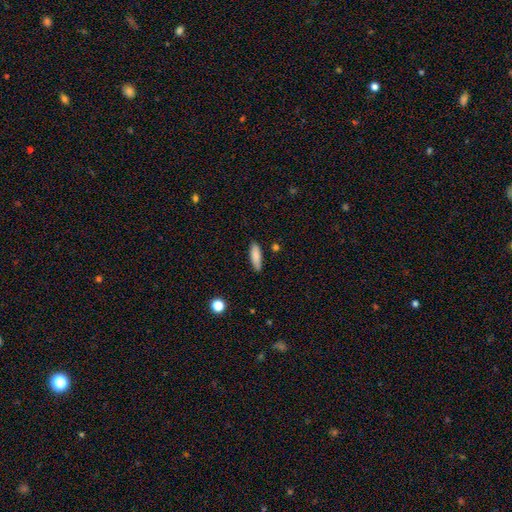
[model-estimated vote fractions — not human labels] A smooth galaxy with no disk features (85%) that is cigar-shaped (53%).

Vote fractions:
- Smooth or featured? smooth: 85% / featured or disk: 8% / star or artifact: 7%
- How rounded? cigar-shaped: 53% / in between: 45% / round: 2%
- Merging? none: 81% / minor disturbance: 14% / major disturbance: 2% / merger: 2%